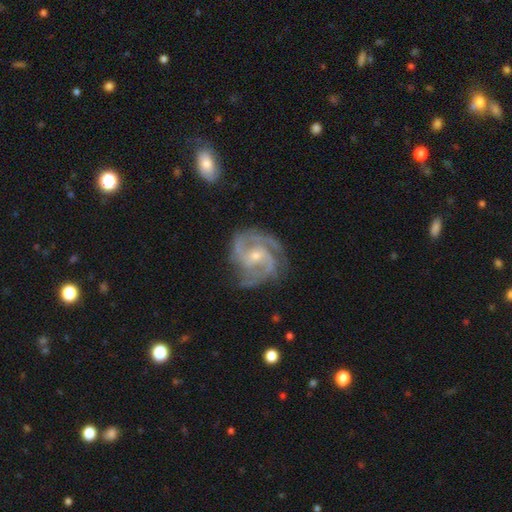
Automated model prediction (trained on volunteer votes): A featured or disk galaxy (92%) with no bar (54%), 2 (43%) medium (49%) spiral arms (98%) and a small central bulge (68%).

Vote fractions:
- Smooth or featured? featured or disk: 92% / star or artifact: 4% / smooth: 4%
- Edge-on disk? no: 98% / yes: 2%
- Bar? no: 54% / weak: 35% / strong: 11%
- Spiral arms? yes: 98% / no: 2%
- Spiral winding? medium: 49% / tight: 43% / loose: 8%
- Spiral arm count? 2: 43% / 3: 36% / can't tell: 8% / 4: 5% / 1: 4% / more than 4: 4%
- Bulge size? small: 68% / moderate: 29% / none: 1% / large: 1% / dominant: 1%
- Merging? none: 70% / minor disturbance: 20% / major disturbance: 9% / merger: 2%